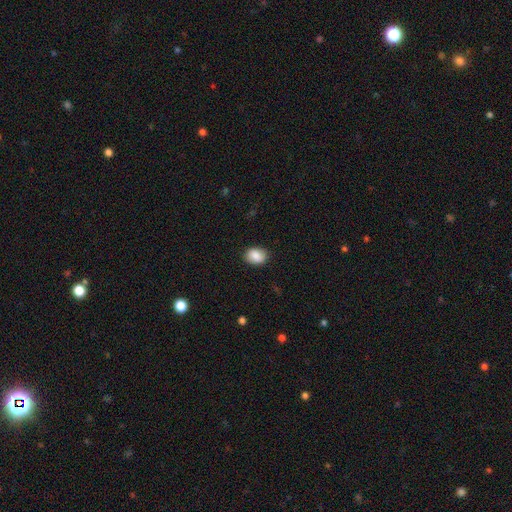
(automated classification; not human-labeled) Overall: smooth (87%). How rounded: in between (69%; round 30%). Merging: none (88%).